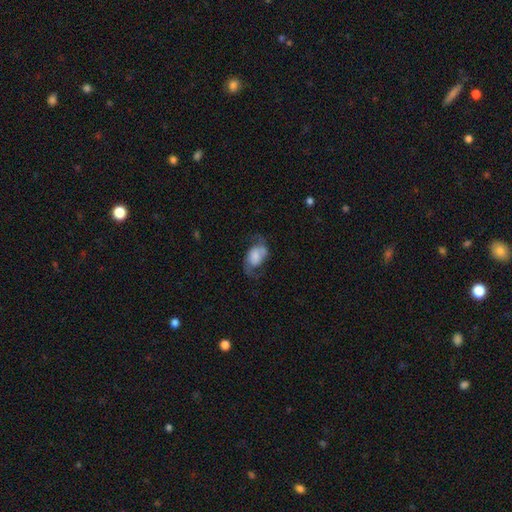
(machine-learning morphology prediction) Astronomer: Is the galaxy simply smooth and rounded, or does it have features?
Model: featured or disk — 55% (runner-up: smooth, 37%).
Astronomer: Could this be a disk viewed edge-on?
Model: no — 96%.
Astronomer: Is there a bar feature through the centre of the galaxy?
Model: no — 58%.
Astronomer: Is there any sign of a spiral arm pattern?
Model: yes — 83%.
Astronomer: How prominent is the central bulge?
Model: large — 29% (runner-up: moderate, 20%).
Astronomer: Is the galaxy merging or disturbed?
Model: none — 50%.